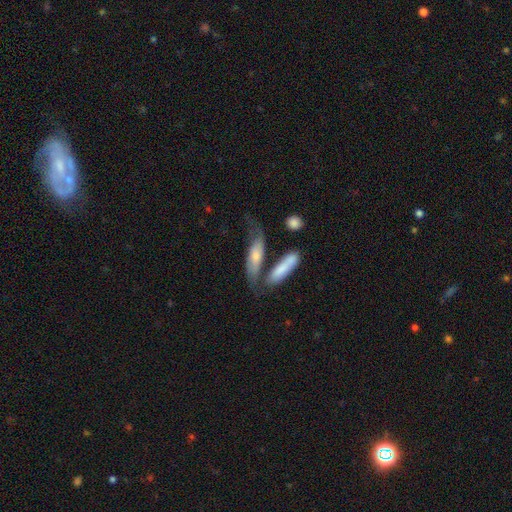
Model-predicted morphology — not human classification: A smooth galaxy with no disk features (56%) that is cigar-shaped (52%).

Vote fractions:
- Smooth or featured? smooth: 56% / featured or disk: 38% / star or artifact: 6%
- How rounded? cigar-shaped: 52% / in between: 46% / round: 3%
- Merging? none: 40% / merger: 25% / minor disturbance: 22% / major disturbance: 13%